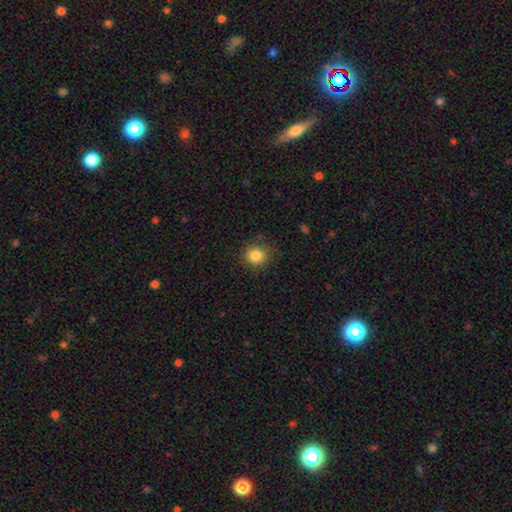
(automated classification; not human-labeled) Q: Smooth or featured?
A: smooth (84%); runner-up: star or artifact (11%)
Q: How rounded?
A: round (86%); runner-up: in between (13%)
Q: Merging?
A: none (84%); runner-up: minor disturbance (12%)